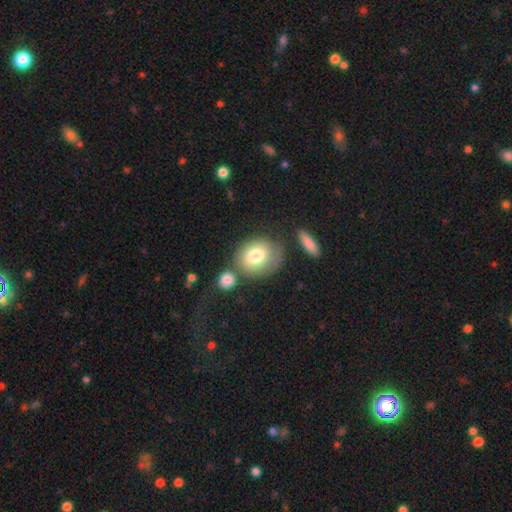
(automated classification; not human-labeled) smooth-or-featured: smooth: 77% | featured or disk: 16% | star or artifact: 7%
  how-rounded: round: 63% | in between: 36% | cigar-shaped: 1%
  merging: none: 55% | merger: 21% | minor disturbance: 18% | major disturbance: 7%